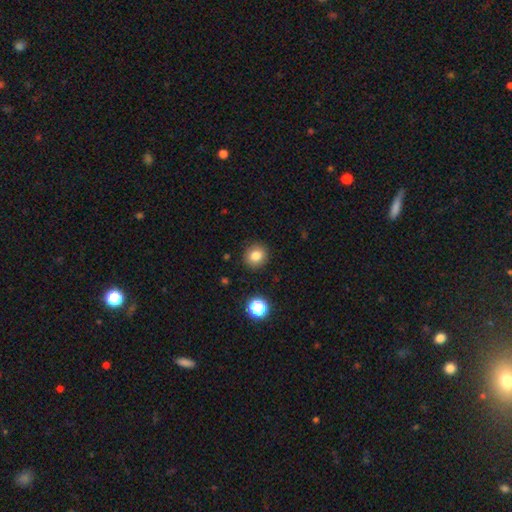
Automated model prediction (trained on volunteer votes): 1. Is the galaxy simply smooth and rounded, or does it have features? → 81% smooth, 12% star or artifact, 7% featured or disk.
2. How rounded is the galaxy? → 87% round, 12% in between, 1% cigar-shaped.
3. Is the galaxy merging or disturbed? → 90% none, 6% minor disturbance, 2% major disturbance, 1% merger.